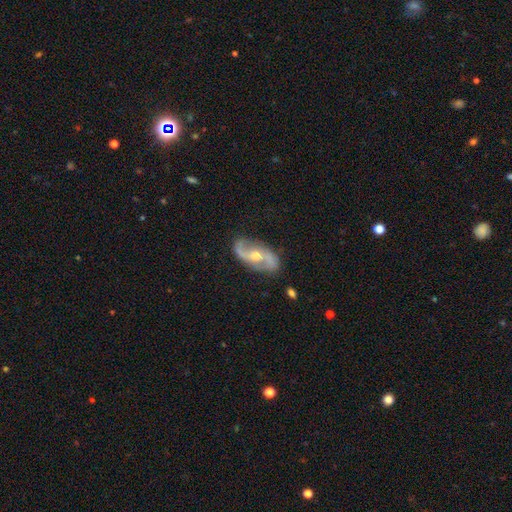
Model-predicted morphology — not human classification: Smooth or featured? featured or disk (88%)
Edge-on disk? no (95%)
Bar? no (45%)
Spiral arms? yes (95%)
Spiral winding? loose (58%)
Spiral arm count? 2 (93%)
Bulge size? moderate (66%)
Merging? none (83%)